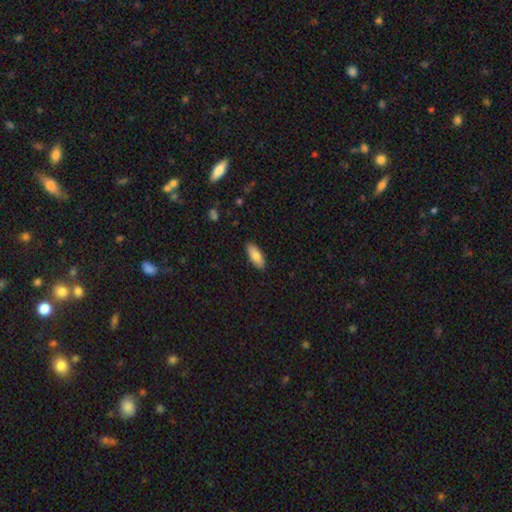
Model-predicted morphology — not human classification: Smooth or featured: smooth — 84% (featured or disk — 10%)
How rounded: in between — 76% (cigar-shaped — 23%)
Merging: none — 88% (minor disturbance — 9%)